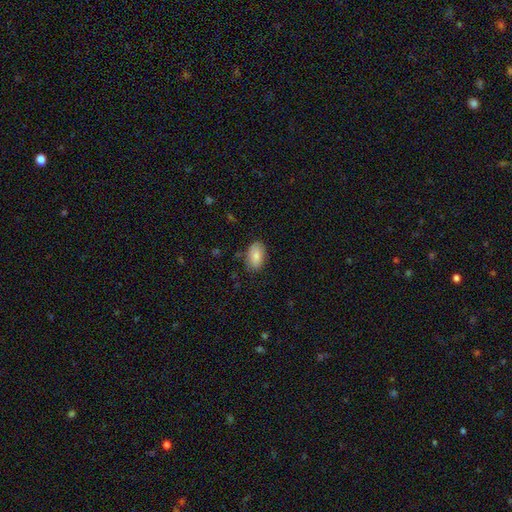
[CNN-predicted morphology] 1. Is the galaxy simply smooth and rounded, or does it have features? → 84% smooth, 10% featured or disk, 7% star or artifact.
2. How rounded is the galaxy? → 93% in between, 6% round, 2% cigar-shaped.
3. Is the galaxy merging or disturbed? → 81% none, 15% minor disturbance, 3% major disturbance, 1% merger.